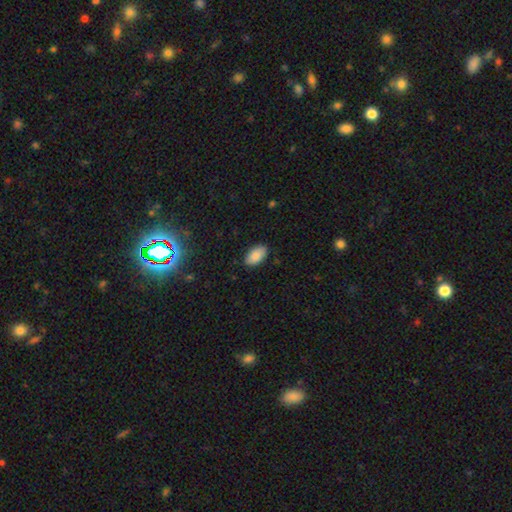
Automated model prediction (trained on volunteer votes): This is clearly a smooth galaxy (87%). How rounded: clearly in between (95%). Merging: clearly none (86%).